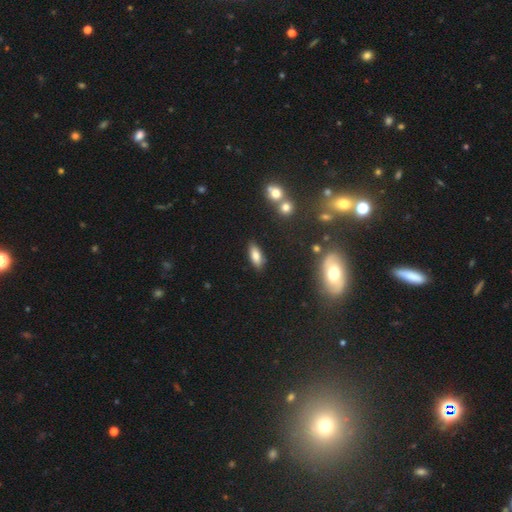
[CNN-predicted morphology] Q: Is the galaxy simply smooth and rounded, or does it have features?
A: smooth — 79%.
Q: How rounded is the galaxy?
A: in between — 77%.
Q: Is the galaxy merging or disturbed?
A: none — 85%.